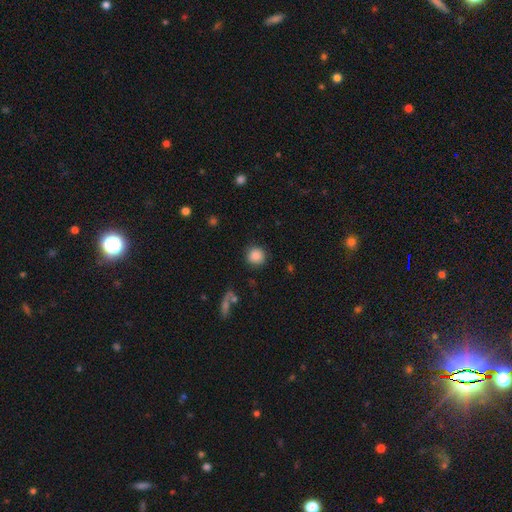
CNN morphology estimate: Smooth or featured? Predicted: smooth (p=0.87). How rounded? Predicted: round (p=0.93). Merging? Predicted: none (p=0.87).